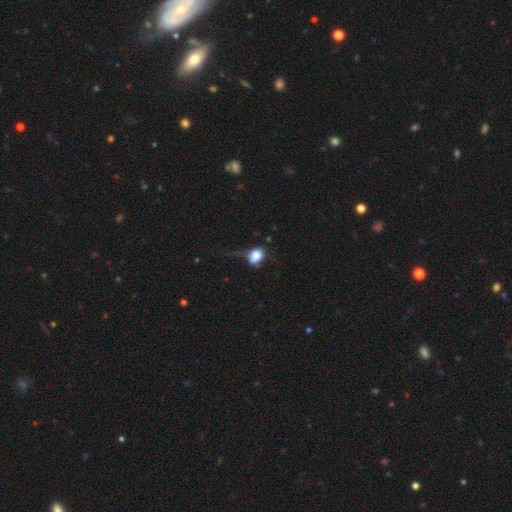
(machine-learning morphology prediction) Q: Smooth or featured?
A: smooth (80%); runner-up: featured or disk (11%)
Q: How rounded?
A: in between (64%); runner-up: round (35%)
Q: Merging?
A: none (37%); runner-up: minor disturbance (31%)